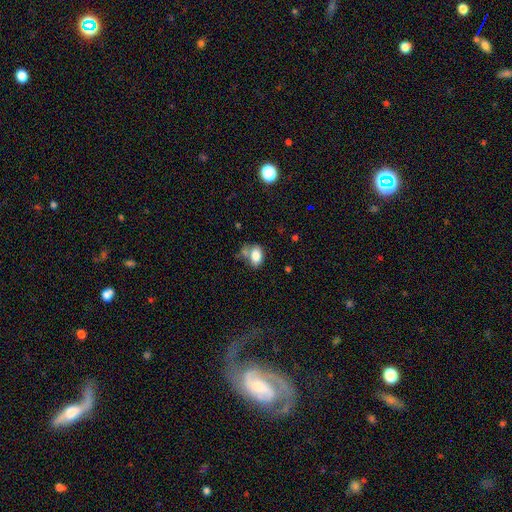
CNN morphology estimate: A smooth galaxy with no disk features (81%) that is in between round and cigar-shaped (81%). Merging: none (45%).